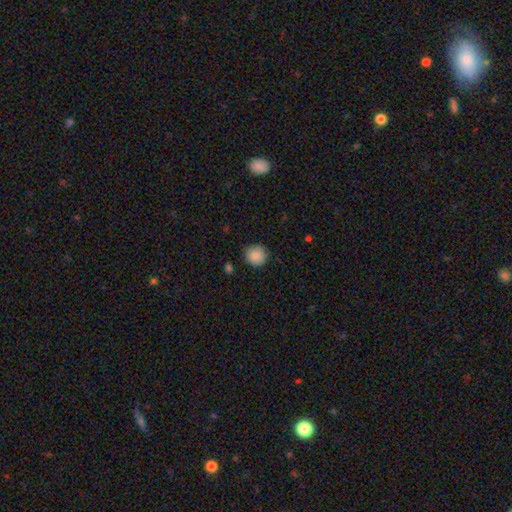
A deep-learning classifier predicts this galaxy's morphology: A smooth galaxy with no disk features (87%) that is round (93%). Merging: none (88%).